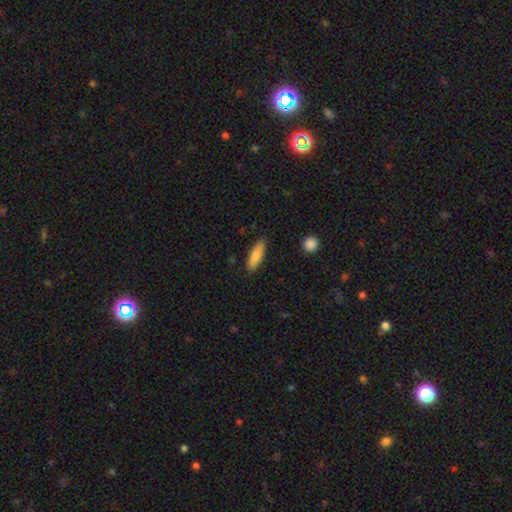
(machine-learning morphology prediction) Smooth or featured? smooth (81%)
How rounded? in between (50%)
Merging? none (84%)